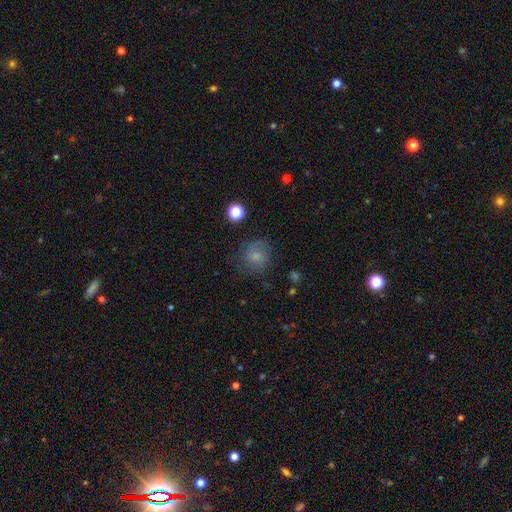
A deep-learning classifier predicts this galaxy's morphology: Smooth or featured: smooth — 64% (featured or disk — 23%)
How rounded: round — 78% (in between — 21%)
Merging: none — 65% (minor disturbance — 21%)